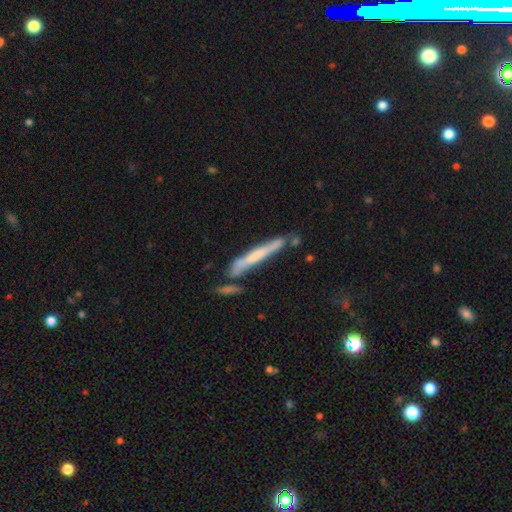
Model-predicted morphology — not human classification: The model was most divided on "smooth or featured": featured or disk: 49%, smooth: 43%, star or artifact: 7%. More confident: merging — none (62%).